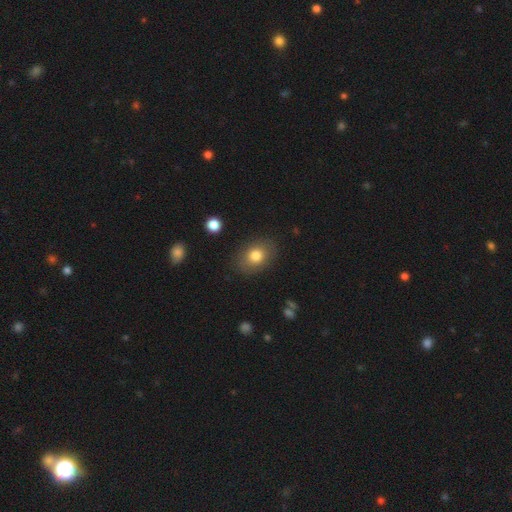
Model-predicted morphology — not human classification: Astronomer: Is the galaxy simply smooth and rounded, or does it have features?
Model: smooth — 79%.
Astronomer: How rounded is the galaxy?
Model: in between — 68%.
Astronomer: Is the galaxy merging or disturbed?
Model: none — 84%.